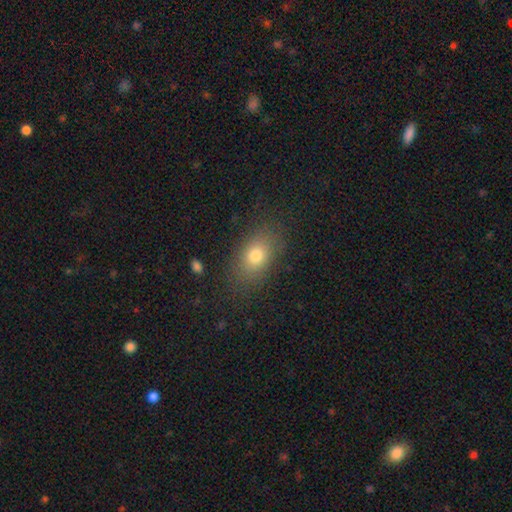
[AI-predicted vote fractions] Overall: smooth (76%). How rounded: in between (79%). Merging: none (83%).